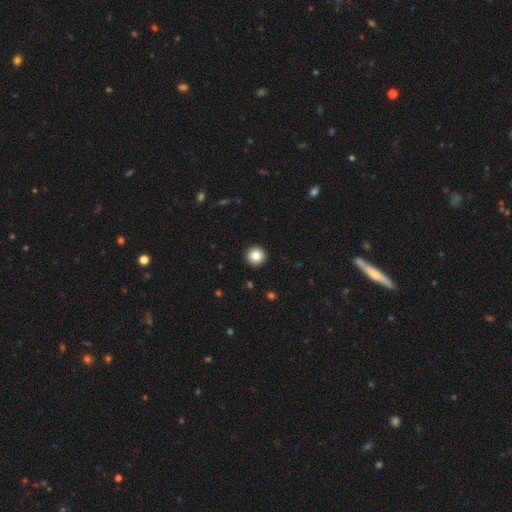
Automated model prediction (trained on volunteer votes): Overall: smooth (85%). How rounded: round (96%). Merging: none (94%).